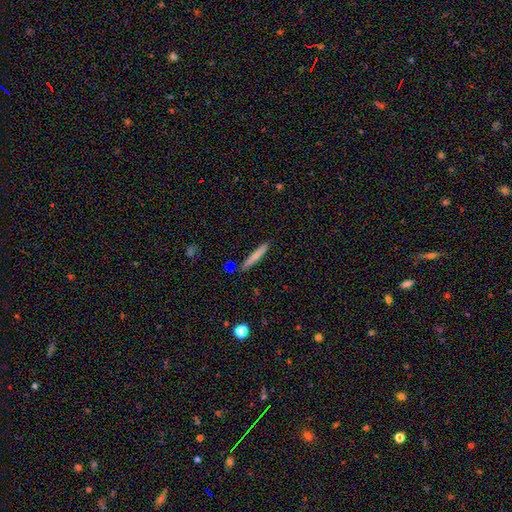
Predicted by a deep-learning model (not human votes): A smooth galaxy with no disk features (70%) that is cigar-shaped (95%).

Vote fractions:
- Smooth or featured? smooth: 70% / featured or disk: 24% / star or artifact: 6%
- How rounded? cigar-shaped: 95% / in between: 4% / round: 1%
- Merging? none: 86% / minor disturbance: 9% / merger: 3% / major disturbance: 2%